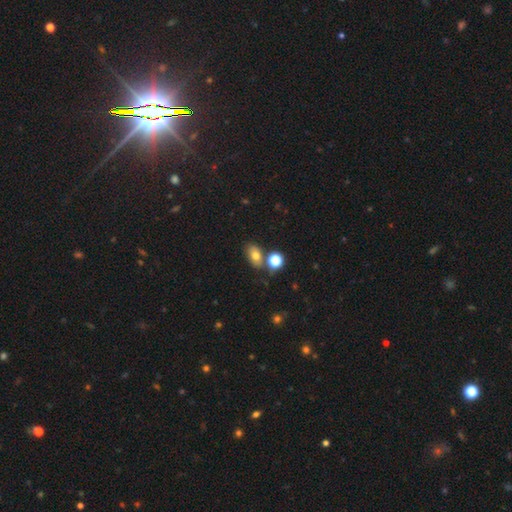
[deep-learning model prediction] smooth-or-featured: smooth: 71% | featured or disk: 15% | star or artifact: 13%
  how-rounded: in between: 78% | round: 20% | cigar-shaped: 2%
  merging: none: 66% | merger: 17% | minor disturbance: 13% | major disturbance: 4%